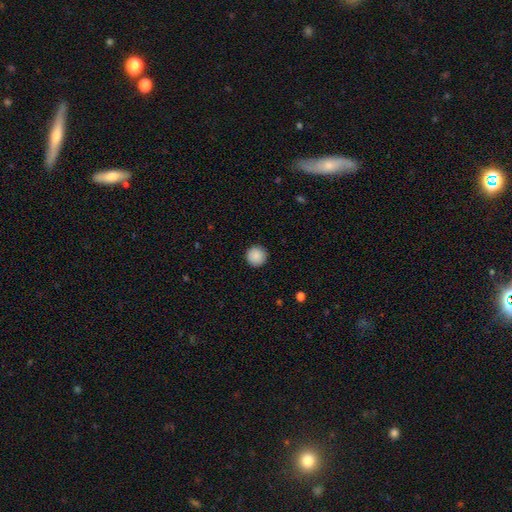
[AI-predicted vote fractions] Smooth or featured: smooth — 89% (star or artifact — 8%)
How rounded: round — 96% (in between — 3%)
Merging: none — 93% (minor disturbance — 5%)